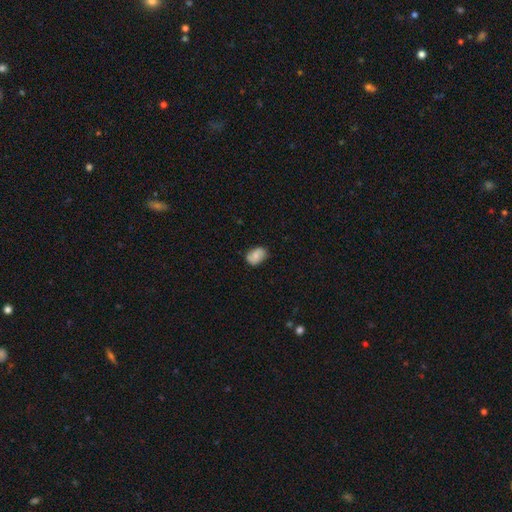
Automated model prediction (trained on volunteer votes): A smooth galaxy with no disk features (69%) that is in between round and cigar-shaped (81%).

Vote fractions:
- Smooth or featured? smooth: 69% / featured or disk: 22% / star or artifact: 8%
- How rounded? in between: 81% / round: 18% / cigar-shaped: 1%
- Merging? none: 75% / minor disturbance: 20% / major disturbance: 4% / merger: 1%